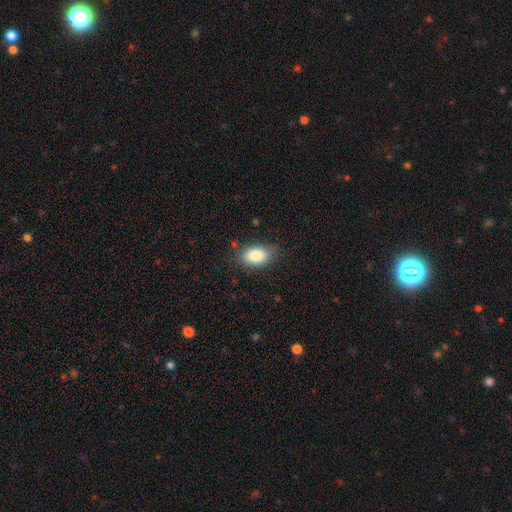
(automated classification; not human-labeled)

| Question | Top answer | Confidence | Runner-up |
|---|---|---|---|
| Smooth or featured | smooth | 85% | star or artifact (8%) |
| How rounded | in between | 90% | round (7%) |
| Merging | none | 80% | minor disturbance (15%) |